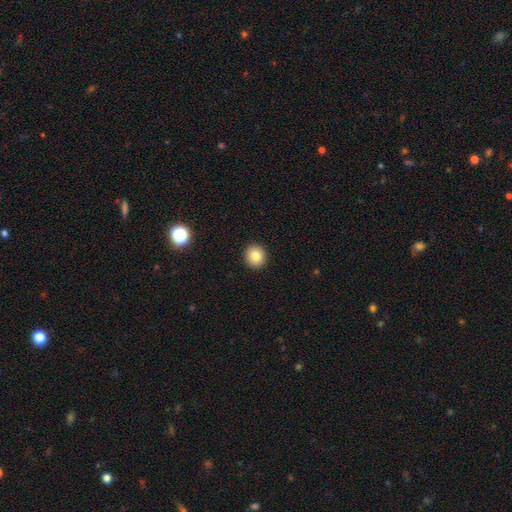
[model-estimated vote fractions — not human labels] This is clearly a smooth galaxy (83%). How rounded: clearly round (87%). Merging: clearly none (93%).